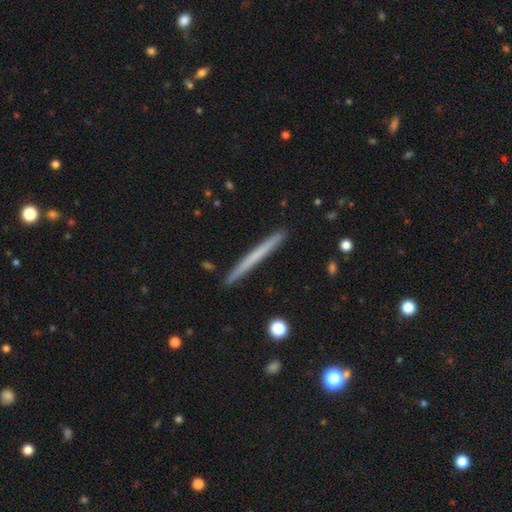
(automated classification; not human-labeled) Smooth or featured? Predicted: smooth (p=0.57). How rounded? Predicted: cigar-shaped (p=0.97). Merging? Predicted: none (p=0.92).